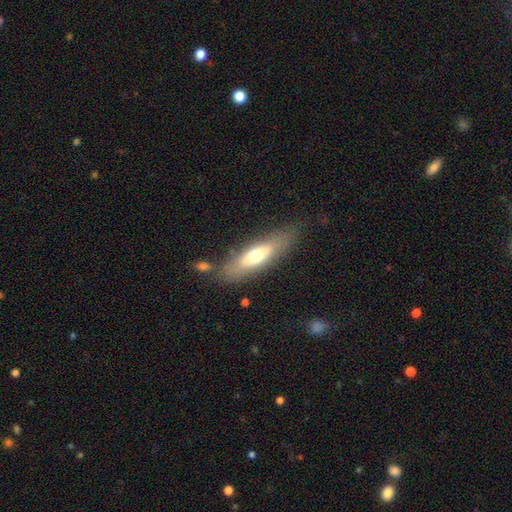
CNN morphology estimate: Smooth or featured?
  - smooth: 56% *
  - featured or disk: 38%
  - star or artifact: 6%
How rounded?
  - cigar-shaped: 52% *
  - in between: 46%
  - round: 2%
Merging?
  - none: 74% *
  - minor disturbance: 15%
  - major disturbance: 5%
  - merger: 5%